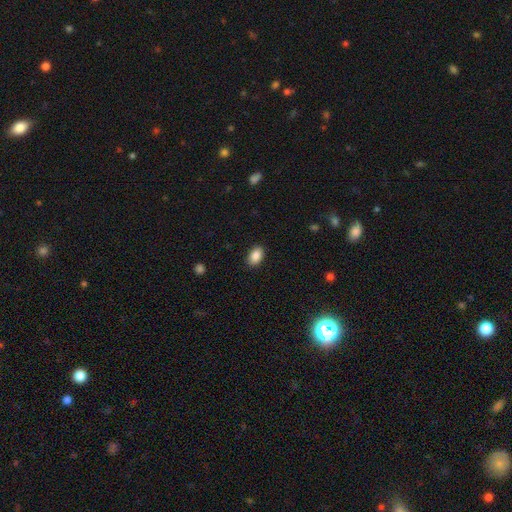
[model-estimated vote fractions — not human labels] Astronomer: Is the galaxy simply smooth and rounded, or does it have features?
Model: smooth — 89%.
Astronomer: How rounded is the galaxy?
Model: in between — 89%.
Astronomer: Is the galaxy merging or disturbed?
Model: none — 89%.